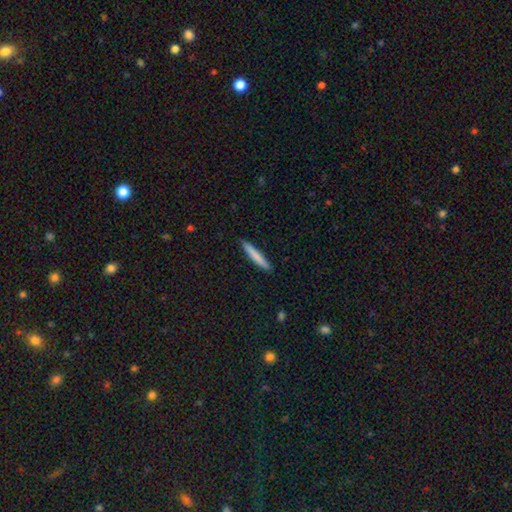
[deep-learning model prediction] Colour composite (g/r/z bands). It shows a smooth galaxy with no disk features (76%) that is cigar-shaped (95%). Merging: none (91%).